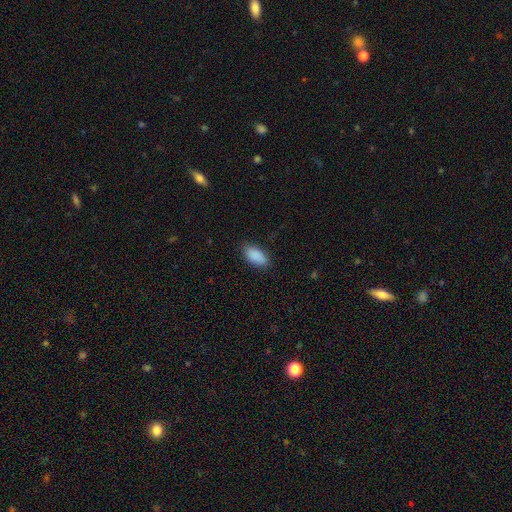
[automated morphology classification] Smooth or featured? smooth (90%)
How rounded? in between (92%)
Merging? none (83%)